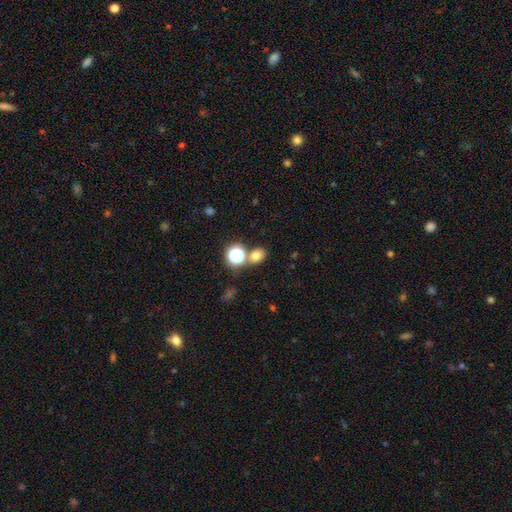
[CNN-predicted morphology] type=smooth (72%); roundness=round (57%); merging=none (69%).